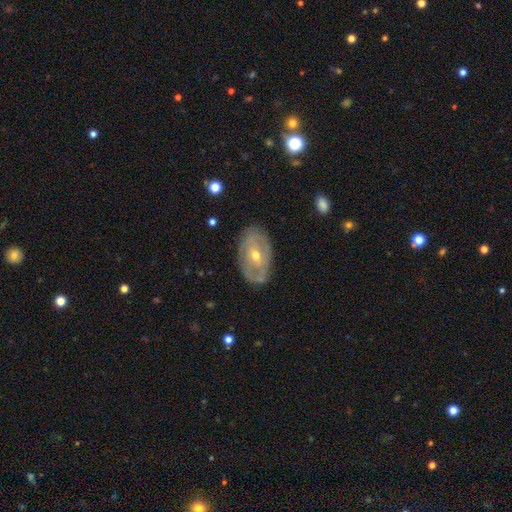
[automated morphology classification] Smooth or featured: featured or disk — 71% (smooth — 23%)
Edge-on disk: no — 92% (yes — 8%)
Bar: no — 53% (weak — 33%)
Spiral arms: yes — 59% (no — 41%)
Bulge size: moderate — 53% (small — 44%)
Merging: none — 77% (minor disturbance — 17%)